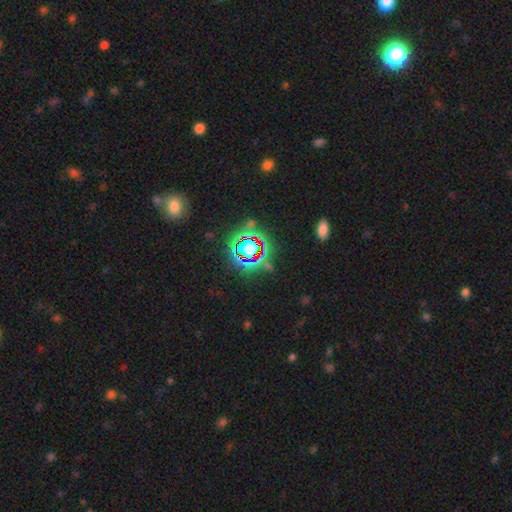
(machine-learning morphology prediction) The model was most divided on "smooth or featured": star or artifact: 76%, smooth: 15%, featured or disk: 10%.